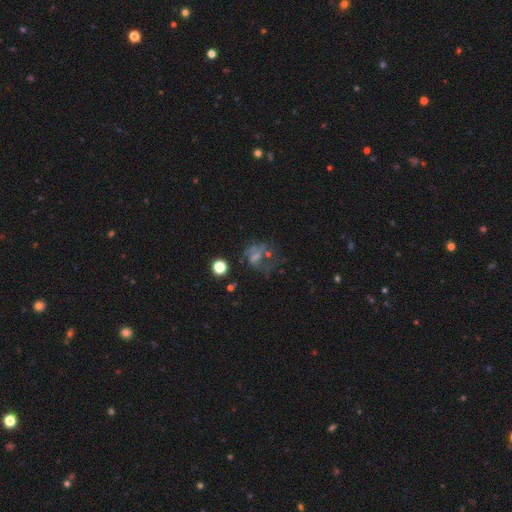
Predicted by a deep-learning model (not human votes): A featured or disk galaxy (50%).

Vote fractions:
- Smooth or featured? featured or disk: 50% / smooth: 27% / star or artifact: 23%
- Merging? major disturbance: 40% / none: 34% / minor disturbance: 18% / merger: 9%